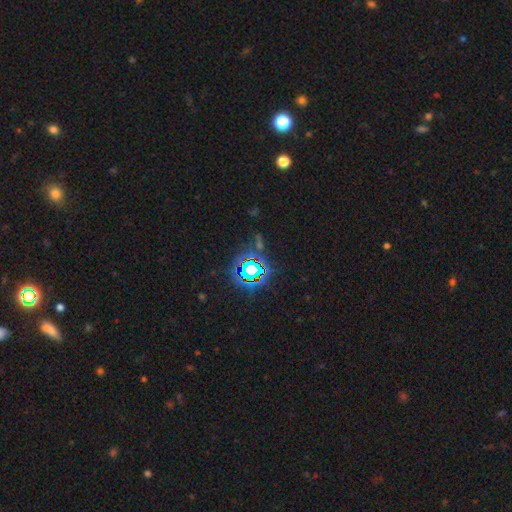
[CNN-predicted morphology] The model was most divided on "smooth or featured": star or artifact: 77%, smooth: 14%, featured or disk: 8%.